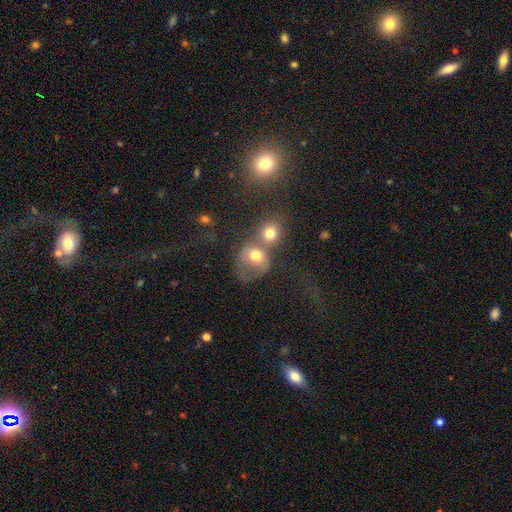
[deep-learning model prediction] Overall: smooth (64%). How rounded: round (67%; in between 32%). Merging: merger (60%; none 21%).